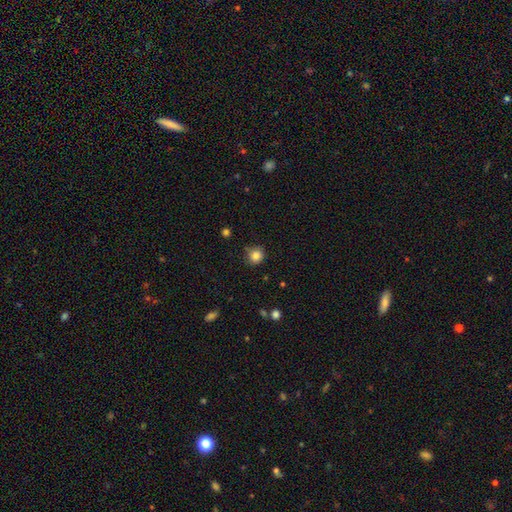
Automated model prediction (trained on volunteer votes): smooth-or-featured: smooth: 84% | star or artifact: 11% | featured or disk: 5%
  how-rounded: round: 89% | in between: 10% | cigar-shaped: 1%
  merging: none: 81% | minor disturbance: 14% | major disturbance: 3% | merger: 3%